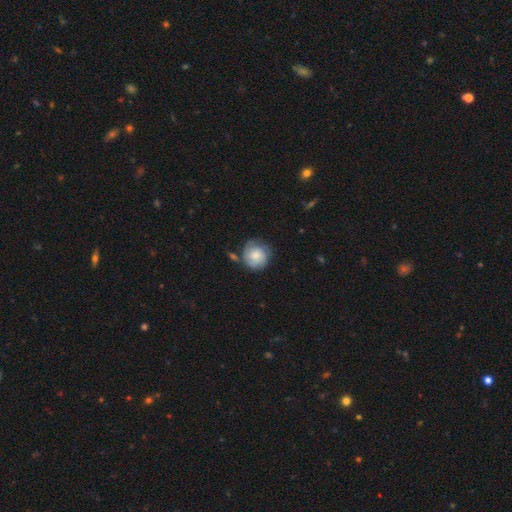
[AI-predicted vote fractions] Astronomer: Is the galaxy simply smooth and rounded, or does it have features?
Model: smooth — 50% (runner-up: featured or disk, 43%).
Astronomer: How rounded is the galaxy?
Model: round — 88%.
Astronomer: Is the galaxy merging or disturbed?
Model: none — 66%.